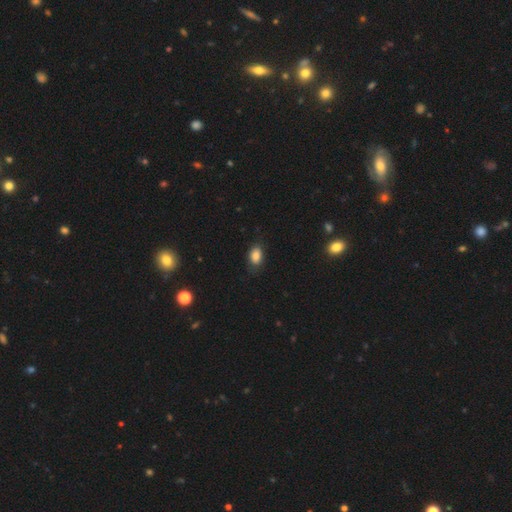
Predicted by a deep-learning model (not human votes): A smooth galaxy with no disk features (84%) that is in between round and cigar-shaped (85%).

Vote fractions:
- Smooth or featured? smooth: 84% / star or artifact: 10% / featured or disk: 6%
- How rounded? in between: 85% / round: 14% / cigar-shaped: 2%
- Merging? none: 77% / minor disturbance: 18% / major disturbance: 4% / merger: 1%